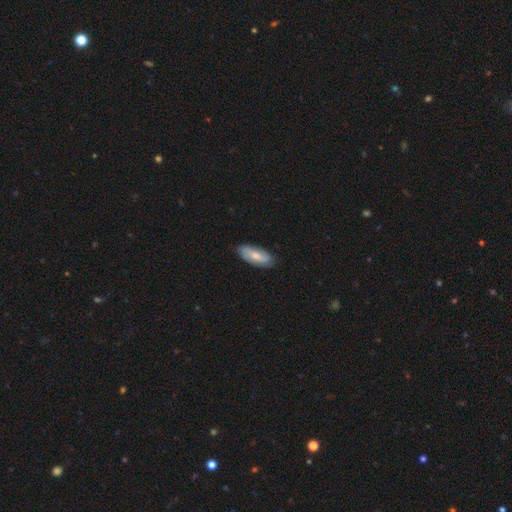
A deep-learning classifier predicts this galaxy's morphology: Smooth or featured? Predicted: smooth (p=0.51). How rounded? Predicted: in between (p=0.80). Merging? Predicted: none (p=0.81).